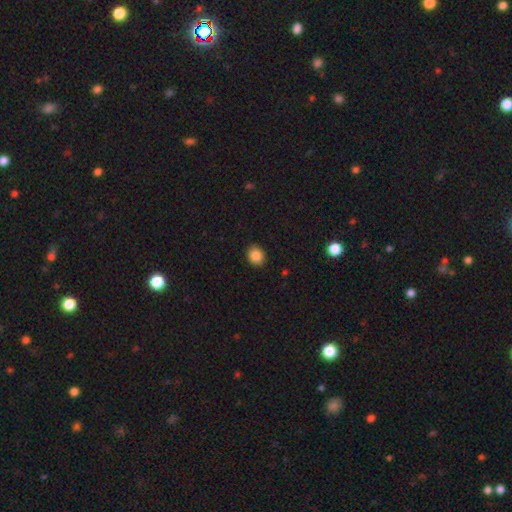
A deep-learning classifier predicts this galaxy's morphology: A smooth galaxy with no disk features (86%) that is round (65%). Merging: none (90%).